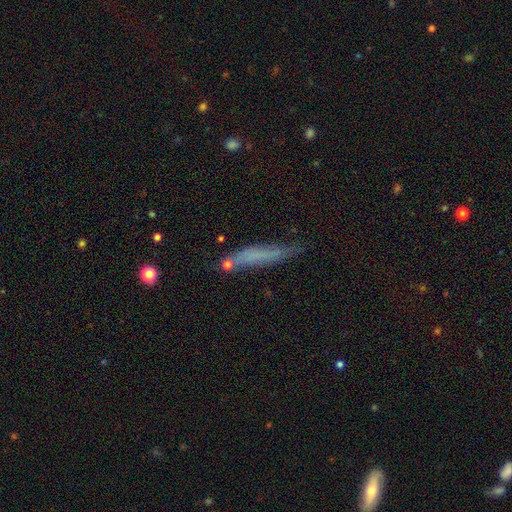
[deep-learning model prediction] This appears to be a smooth galaxy with no disk features (61%) that is cigar-shaped (89%). Merging: none (60%).